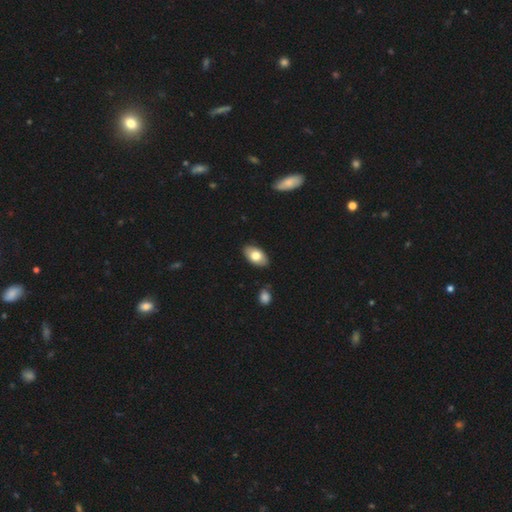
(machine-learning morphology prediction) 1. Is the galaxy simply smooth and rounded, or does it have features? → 77% smooth, 16% featured or disk, 6% star or artifact.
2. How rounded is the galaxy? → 94% in between, 4% round, 2% cigar-shaped.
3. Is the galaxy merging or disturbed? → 86% none, 10% minor disturbance, 2% major disturbance, 2% merger.